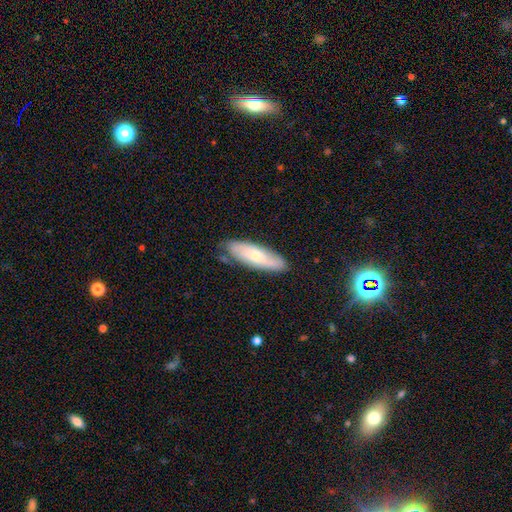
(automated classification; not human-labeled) A smooth galaxy with no disk features (58%) that is in between round and cigar-shaped (49%, tied with cigar-shaped). Merging: none (78%).